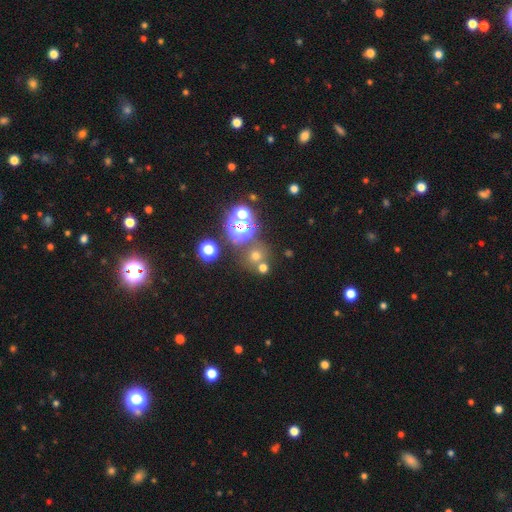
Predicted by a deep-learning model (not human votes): This appears to be a smooth galaxy with no disk features (52%) that is round (90%). Merging: none (68%).